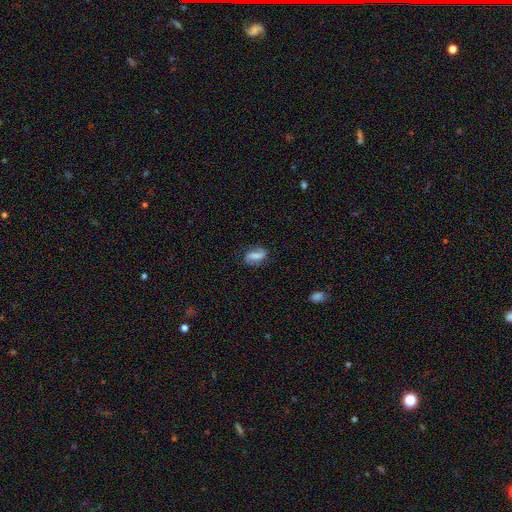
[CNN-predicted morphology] Q: Smooth or featured?
A: featured or disk (59%); runner-up: smooth (33%)
Q: Edge-on disk?
A: no (95%); runner-up: yes (5%)
Q: Bar?
A: strong (42%); runner-up: weak (36%)
Q: Spiral arms?
A: yes (89%); runner-up: no (11%)
Q: Bulge size?
A: small (32%); runner-up: moderate (29%)
Q: Merging?
A: none (76%); runner-up: minor disturbance (16%)